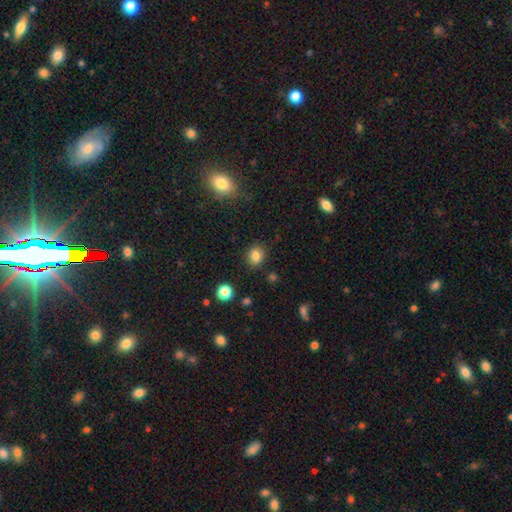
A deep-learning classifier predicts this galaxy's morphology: Q: Smooth or featured?
A: smooth (83%); runner-up: star or artifact (12%)
Q: How rounded?
A: round (62%); runner-up: in between (37%)
Q: Merging?
A: none (85%); runner-up: minor disturbance (10%)